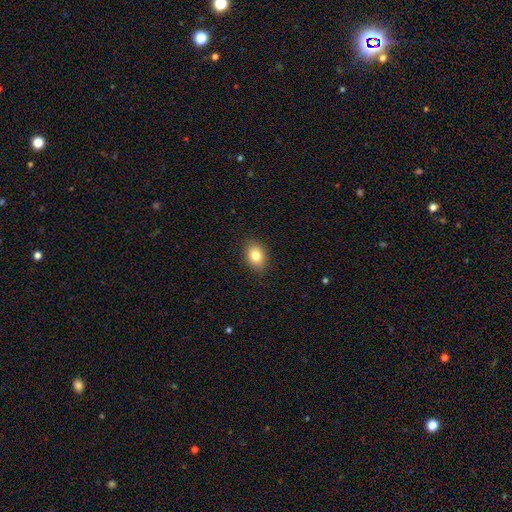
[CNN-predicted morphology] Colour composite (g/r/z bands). It shows a smooth galaxy with no disk features (81%) that is in between round and cigar-shaped (63%). Merging: none (89%).